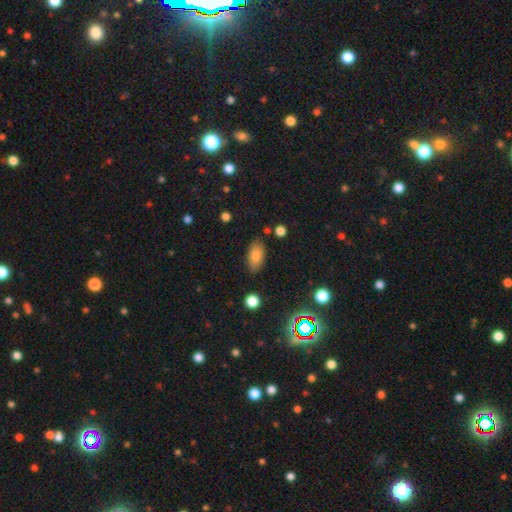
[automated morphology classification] Overall: smooth (80%). How rounded: in between (90%). Merging: none (81%).